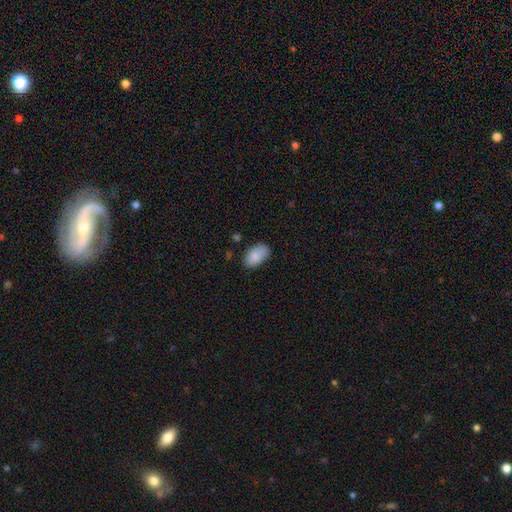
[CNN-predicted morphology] This is clearly a smooth galaxy (87%). How rounded: clearly in between (94%). Merging: likely none (75%).